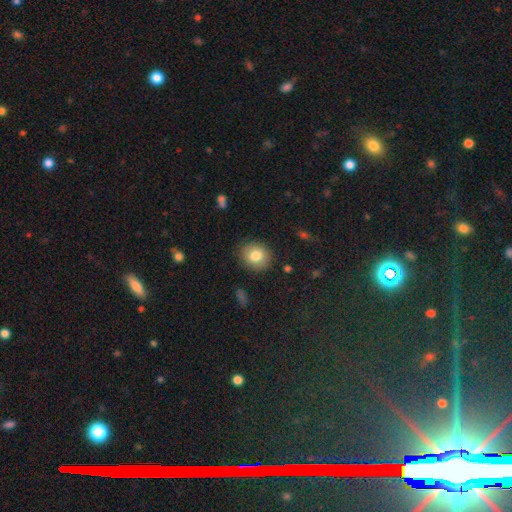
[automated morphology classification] type=smooth (79%); roundness=round (74%); merging=none (87%).